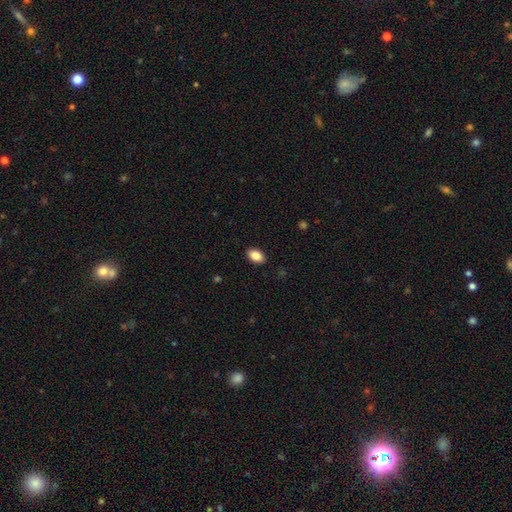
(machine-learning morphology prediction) smooth 87%, star or artifact 8%, featured or disk 6%. Down the decision tree: how rounded — in between (89%); merging — none (89%).